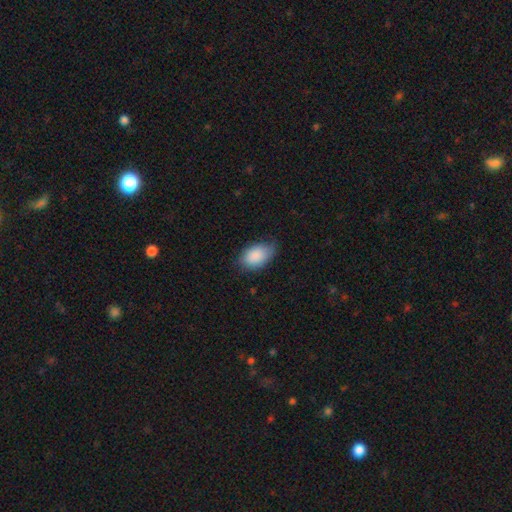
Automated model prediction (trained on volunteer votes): A smooth galaxy with no disk features (88%) that is in between round and cigar-shaped (91%).

Vote fractions:
- Smooth or featured? smooth: 88% / star or artifact: 6% / featured or disk: 5%
- How rounded? in between: 91% / round: 8% / cigar-shaped: 1%
- Merging? none: 68% / minor disturbance: 26% / major disturbance: 5% / merger: 1%